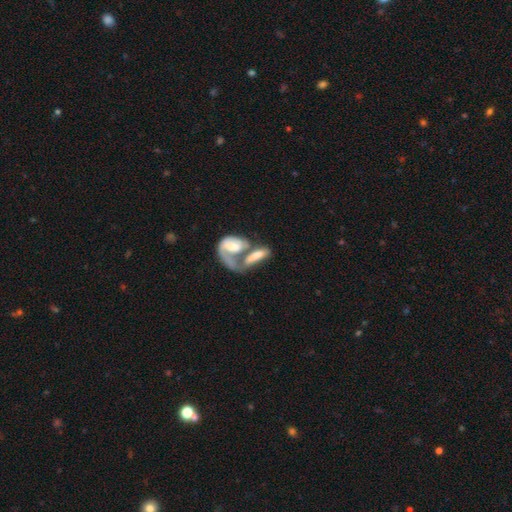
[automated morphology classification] Smooth or featured: smooth — 50% (featured or disk — 44%)
Merging: merger — 69% (major disturbance — 13%)